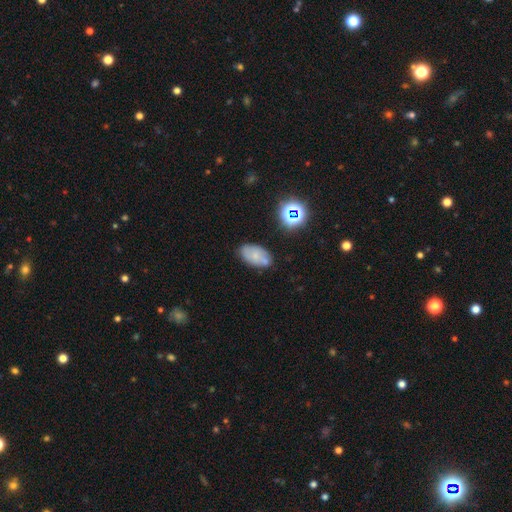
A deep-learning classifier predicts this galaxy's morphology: A smooth galaxy with no disk features (60%) that is in between round and cigar-shaped (91%). Merging: none (62%).